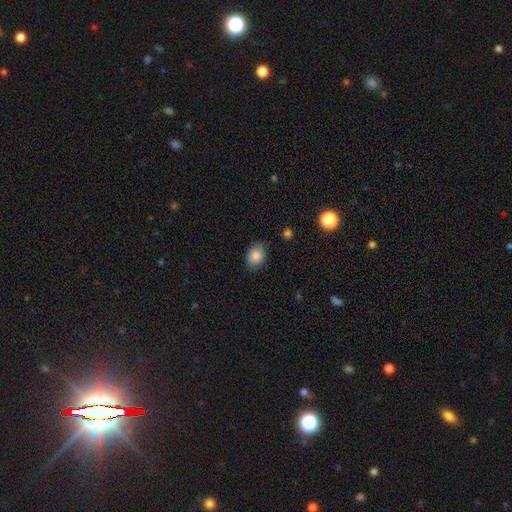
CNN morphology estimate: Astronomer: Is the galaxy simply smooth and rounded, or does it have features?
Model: smooth — 86%.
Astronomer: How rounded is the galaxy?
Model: in between — 68%.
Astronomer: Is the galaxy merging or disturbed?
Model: none — 83%.